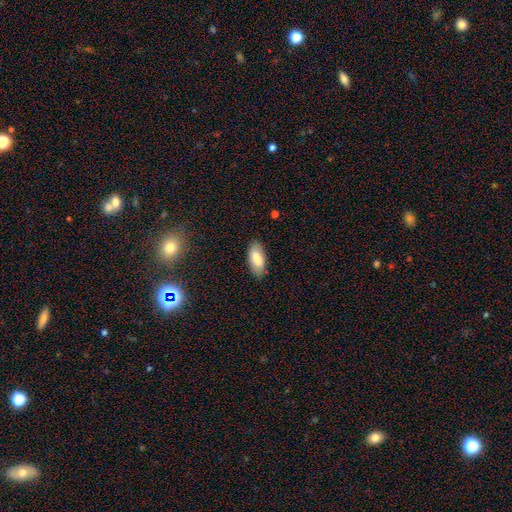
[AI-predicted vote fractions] smooth_or_featured: smooth (p=0.79) [alt: featured or disk p=0.14]
how_rounded: in between (p=0.91) [alt: cigar-shaped p=0.07]
merging: none (p=0.85) [alt: minor disturbance p=0.11]